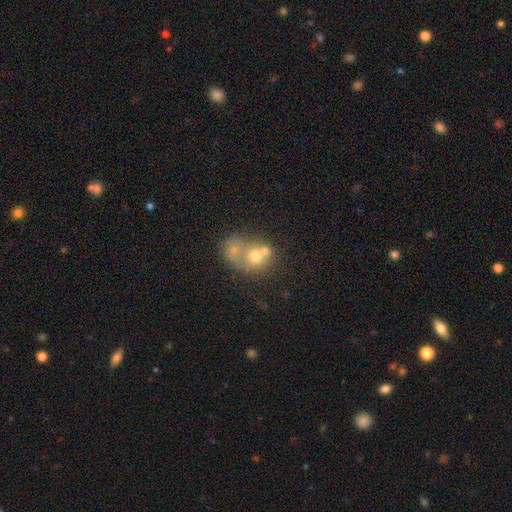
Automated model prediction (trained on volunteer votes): smooth 58%, featured or disk 29%, star or artifact 13%. Down the decision tree: how rounded — round (65%); merging — merger (67%).